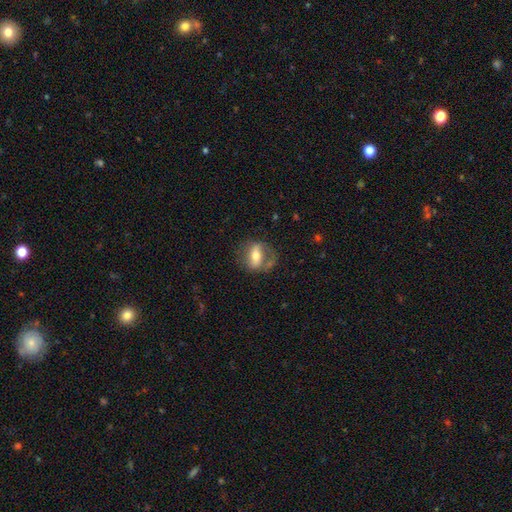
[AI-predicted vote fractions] smooth_or_featured: featured or disk (p=0.49) [alt: smooth p=0.44]
merging: none (p=0.56) [alt: minor disturbance p=0.22]